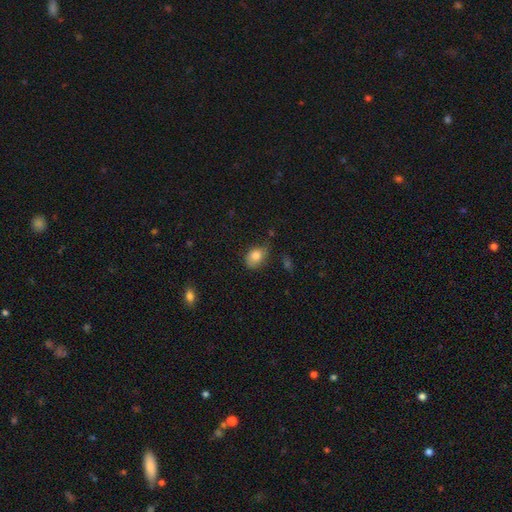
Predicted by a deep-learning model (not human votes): The model was most divided on "merging": none: 52%, minor disturbance: 35%, major disturbance: 10%, merger: 3%. More confident: smooth or featured — smooth (82%); how rounded — in between (75%).